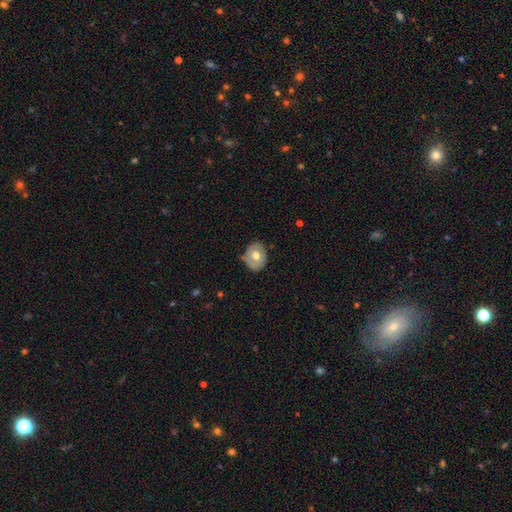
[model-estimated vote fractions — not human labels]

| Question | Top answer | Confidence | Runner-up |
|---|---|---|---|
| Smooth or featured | smooth | 57% | featured or disk (36%) |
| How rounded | round | 51% | in between (48%) |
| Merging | none | 68% | minor disturbance (25%) |